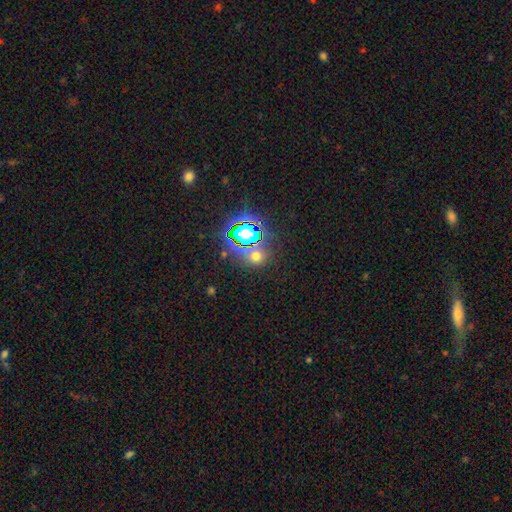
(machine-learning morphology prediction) smooth_or_featured: star or artifact (p=0.47) [alt: smooth p=0.45]